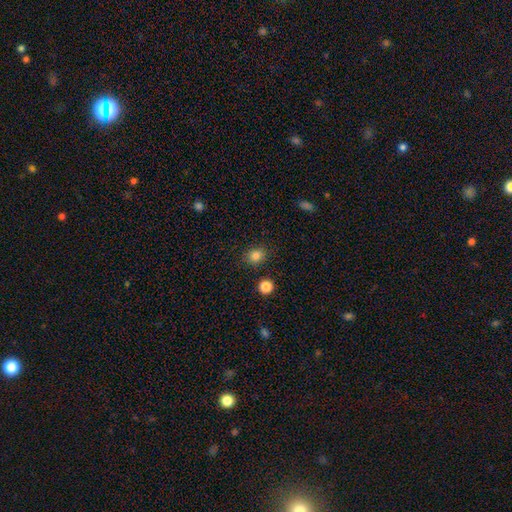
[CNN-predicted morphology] Smooth or featured? Predicted: smooth (p=0.84). How rounded? Predicted: round (p=0.70). Merging? Predicted: none (p=0.85).